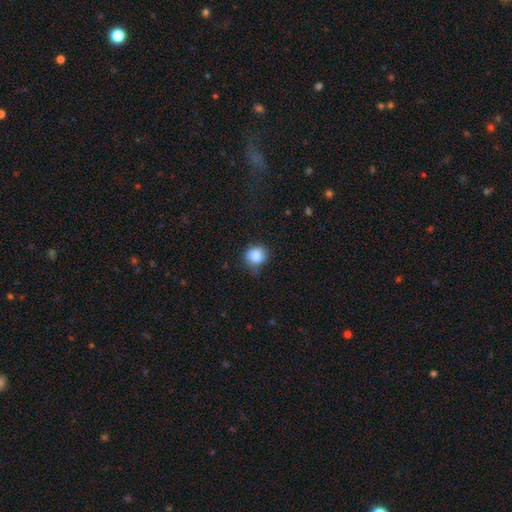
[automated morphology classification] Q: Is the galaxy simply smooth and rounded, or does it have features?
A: smooth — 85%.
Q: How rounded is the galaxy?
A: round — 82%.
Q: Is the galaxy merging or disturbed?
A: none — 67%.